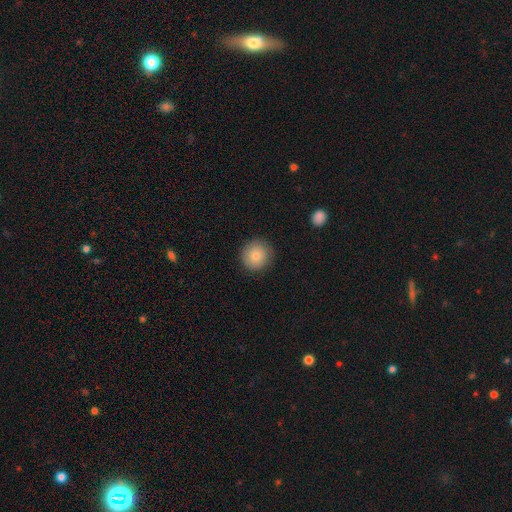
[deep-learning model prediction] smooth_or_featured: smooth (p=0.80) [alt: featured or disk p=0.11]
how_rounded: round (p=0.94) [alt: in between p=0.05]
merging: none (p=0.88) [alt: minor disturbance p=0.09]